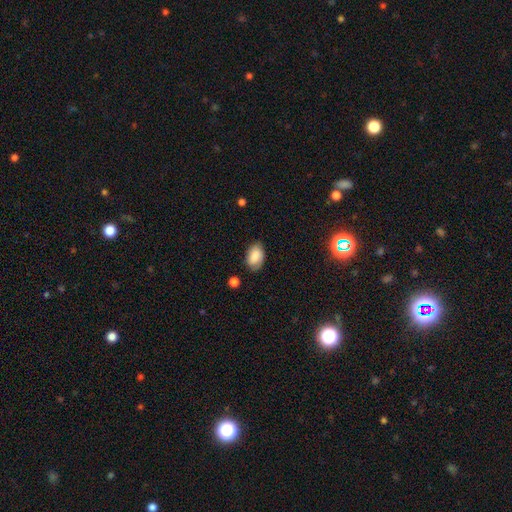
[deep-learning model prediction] A smooth galaxy with no disk features (86%) that is in between round and cigar-shaped (91%).

Vote fractions:
- Smooth or featured? smooth: 86% / featured or disk: 7% / star or artifact: 7%
- How rounded? in between: 91% / round: 8% / cigar-shaped: 1%
- Merging? none: 80% / minor disturbance: 16% / major disturbance: 3% / merger: 2%